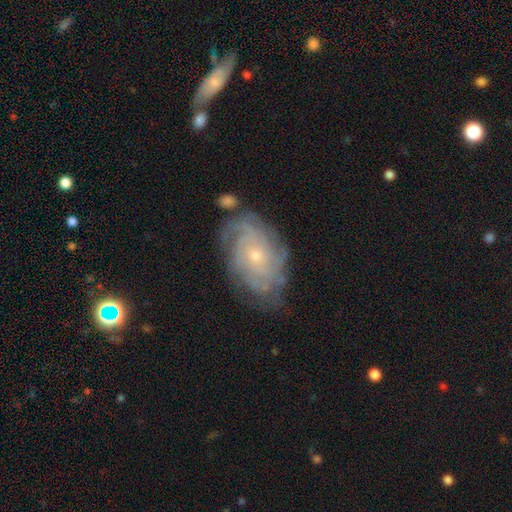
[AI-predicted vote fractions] A featured or disk galaxy (80%) with no bar (78%), tight (72%) spiral arms (93%) and a small central bulge (70%). Merging: none (70%).